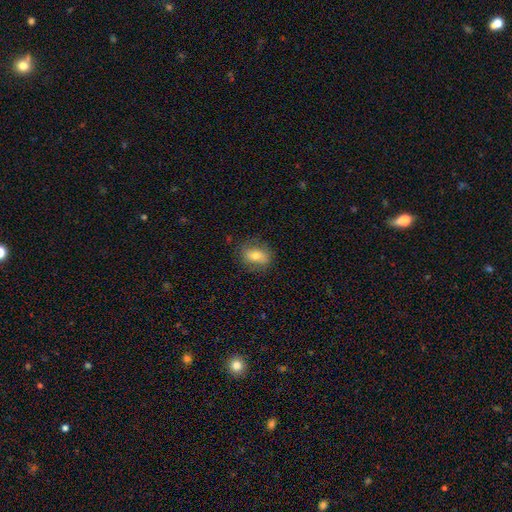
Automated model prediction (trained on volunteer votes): A smooth galaxy with no disk features (62%) that is in between round and cigar-shaped (70%).

Vote fractions:
- Smooth or featured? smooth: 62% / featured or disk: 29% / star or artifact: 9%
- How rounded? in between: 70% / round: 28% / cigar-shaped: 3%
- Merging? none: 78% / minor disturbance: 16% / major disturbance: 5% / merger: 1%